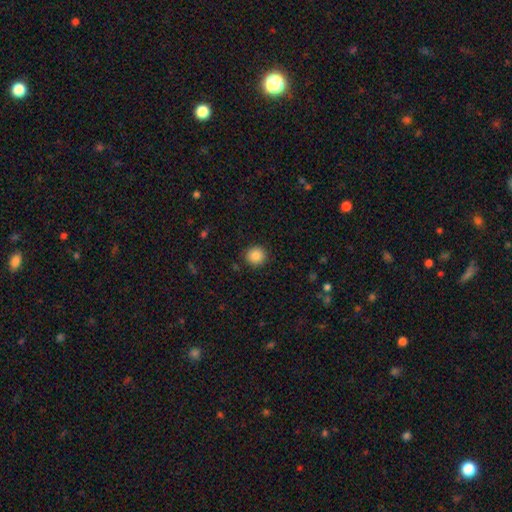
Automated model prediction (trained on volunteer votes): A smooth galaxy with no disk features (87%) that is round (92%). Merging: none (90%).